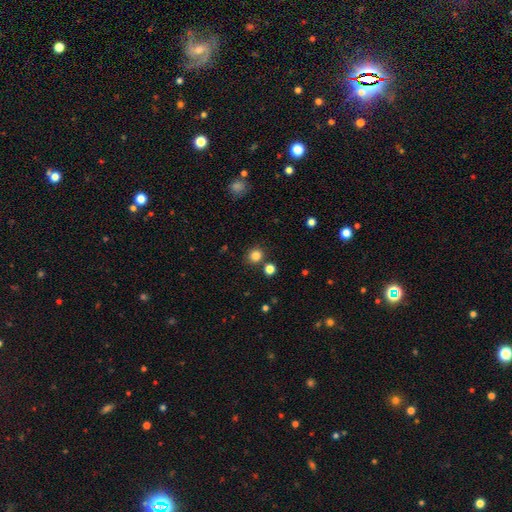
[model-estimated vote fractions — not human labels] Smooth or featured? smooth (82%)
How rounded? round (89%)
Merging? none (82%)